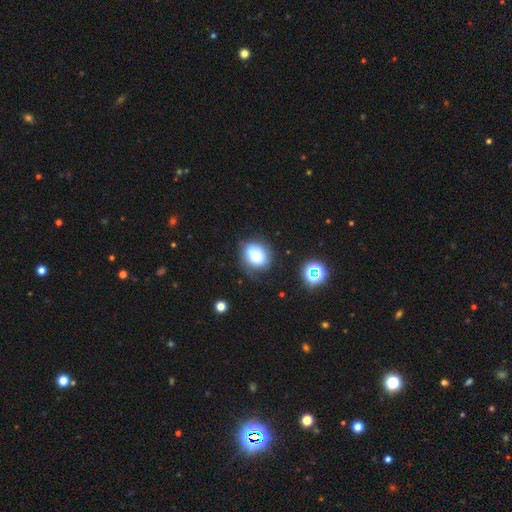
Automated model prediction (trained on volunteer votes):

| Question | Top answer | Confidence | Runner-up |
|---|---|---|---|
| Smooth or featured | smooth | 70% | featured or disk (18%) |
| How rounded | round | 52% | in between (47%) |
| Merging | none | 61% | minor disturbance (26%) |